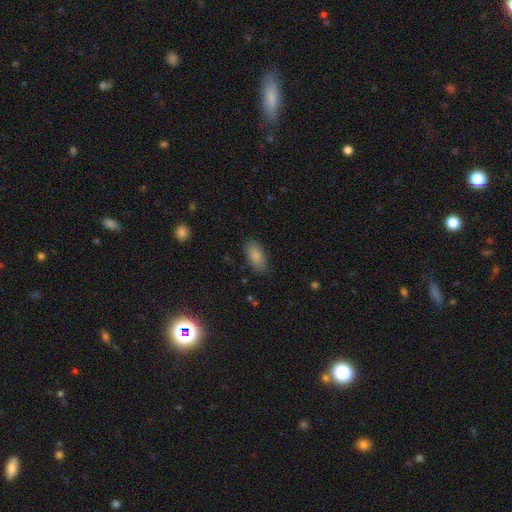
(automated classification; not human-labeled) A smooth galaxy with no disk features (86%) that is in between round and cigar-shaped (90%). Merging: none (83%).